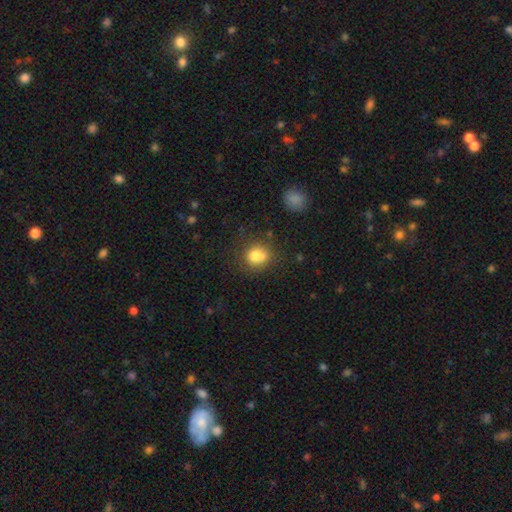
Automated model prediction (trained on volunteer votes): Smooth or featured?
  - smooth: 80% *
  - star or artifact: 11%
  - featured or disk: 9%
How rounded?
  - round: 73% *
  - in between: 26%
  - cigar-shaped: 1%
Merging?
  - none: 65% *
  - minor disturbance: 18%
  - merger: 11%
  - major disturbance: 6%